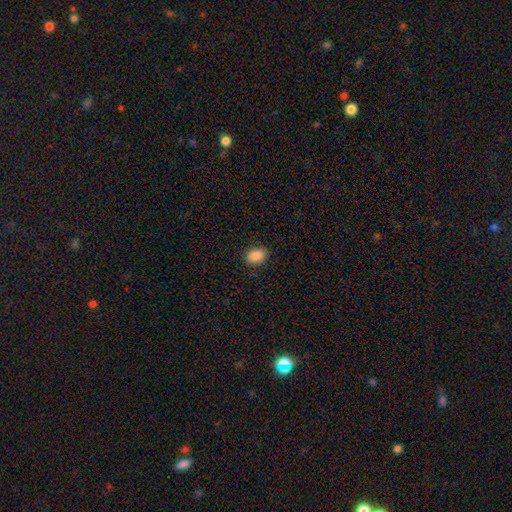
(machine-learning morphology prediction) This appears to be a smooth galaxy with no disk features (89%) that is in between round and cigar-shaped (83%). Merging: none (88%).